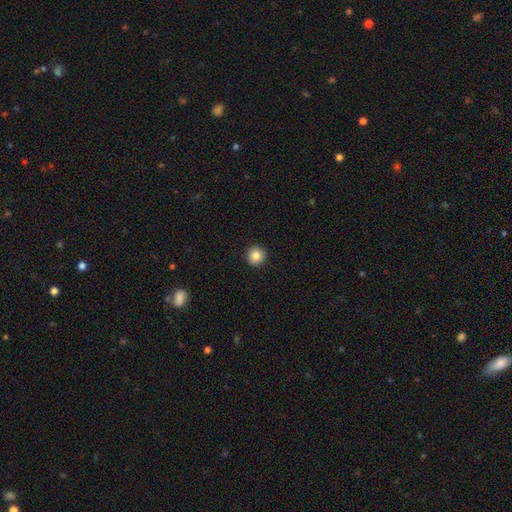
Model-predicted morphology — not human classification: Smooth or featured?
  - smooth: 85% *
  - star or artifact: 10%
  - featured or disk: 5%
How rounded?
  - round: 95% *
  - in between: 4%
  - cigar-shaped: 1%
Merging?
  - none: 93% *
  - minor disturbance: 4%
  - major disturbance: 1%
  - merger: 1%